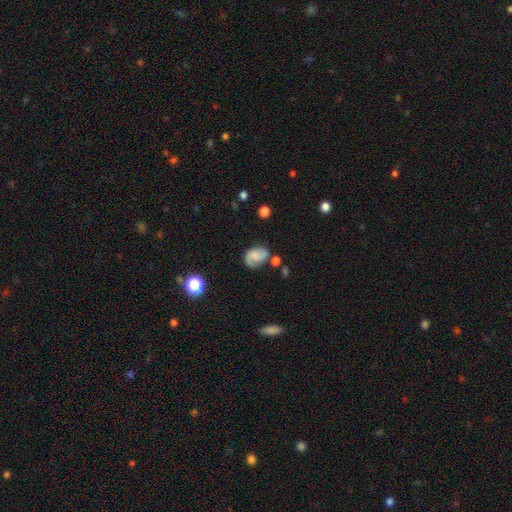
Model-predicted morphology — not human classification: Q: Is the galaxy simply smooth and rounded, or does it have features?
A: featured or disk — 57%.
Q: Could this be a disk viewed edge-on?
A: no — 97%.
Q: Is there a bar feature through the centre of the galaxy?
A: no — 57%.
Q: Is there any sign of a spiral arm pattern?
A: yes — 90%.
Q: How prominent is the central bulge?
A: none — 52%.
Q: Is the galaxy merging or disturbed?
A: none — 56%.